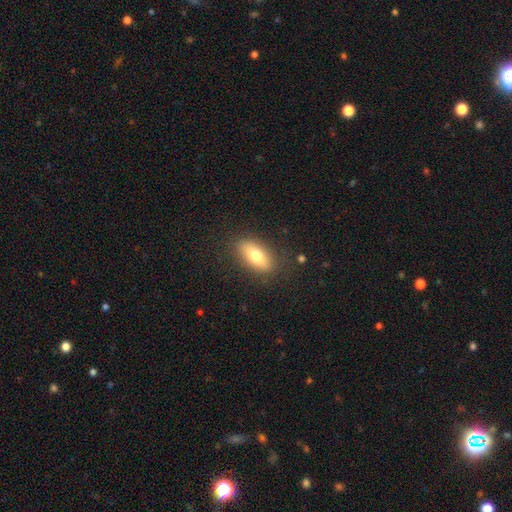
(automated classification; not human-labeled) Smooth or featured? Predicted: smooth (p=0.71). How rounded? Predicted: in between (p=0.79). Merging? Predicted: none (p=0.85).